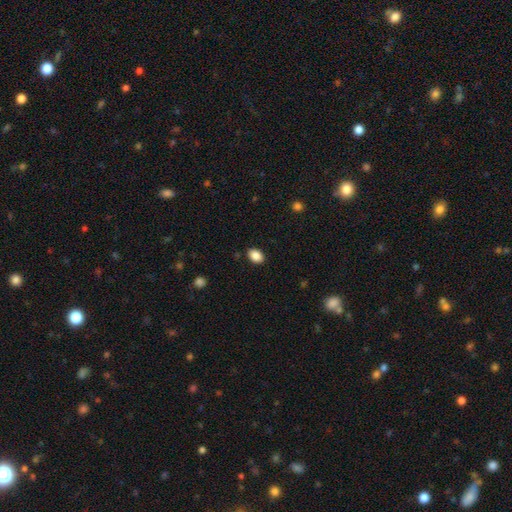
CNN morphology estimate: Overall: smooth (88%). How rounded: in between (80%). Merging: none (88%).